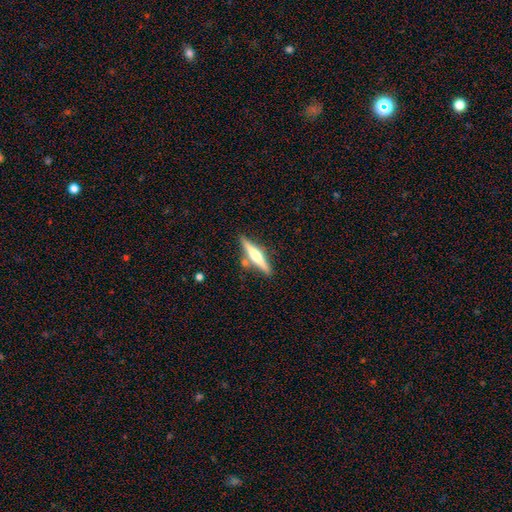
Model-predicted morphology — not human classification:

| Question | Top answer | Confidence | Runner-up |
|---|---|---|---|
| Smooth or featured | featured or disk | 64% | smooth (30%) |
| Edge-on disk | yes | 97% | no (3%) |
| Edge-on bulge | rounded | 91% | none (5%) |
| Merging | none | 82% | minor disturbance (9%) |